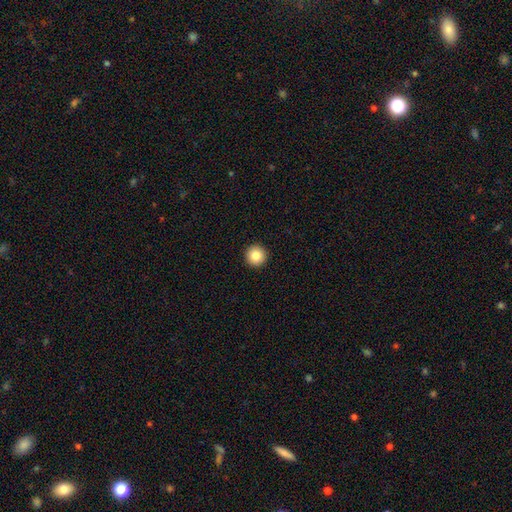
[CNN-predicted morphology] This is clearly a smooth galaxy (85%). How rounded: clearly round (97%). Merging: clearly none (94%).